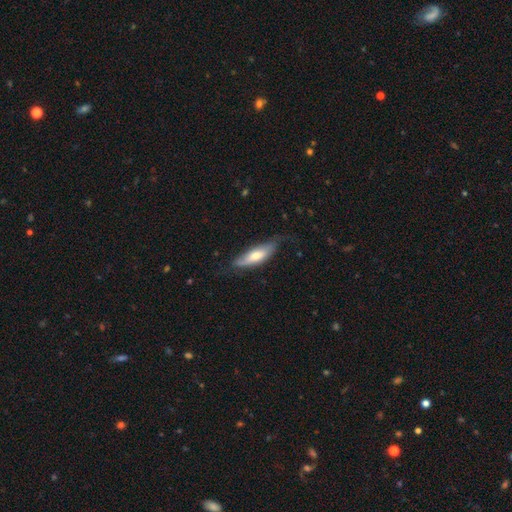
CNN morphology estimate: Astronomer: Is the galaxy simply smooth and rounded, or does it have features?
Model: smooth — 57% (runner-up: featured or disk, 37%).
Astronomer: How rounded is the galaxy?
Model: in between — 49%, tied with cigar-shaped at 49%.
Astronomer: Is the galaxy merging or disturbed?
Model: none — 59%.